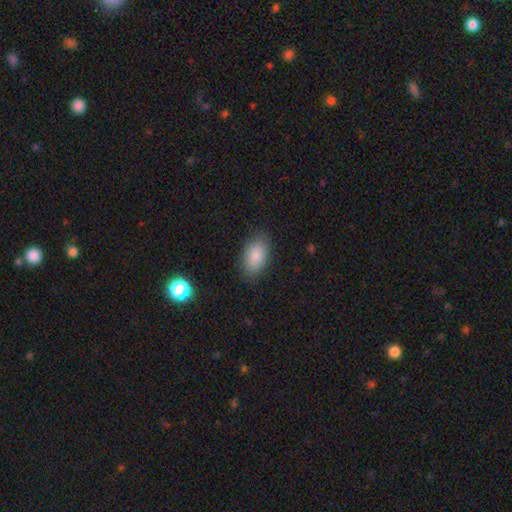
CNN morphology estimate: smooth_or_featured: smooth (p=0.85) [alt: featured or disk p=0.08]
how_rounded: in between (p=0.92) [alt: round p=0.07]
merging: none (p=0.82) [alt: minor disturbance p=0.13]